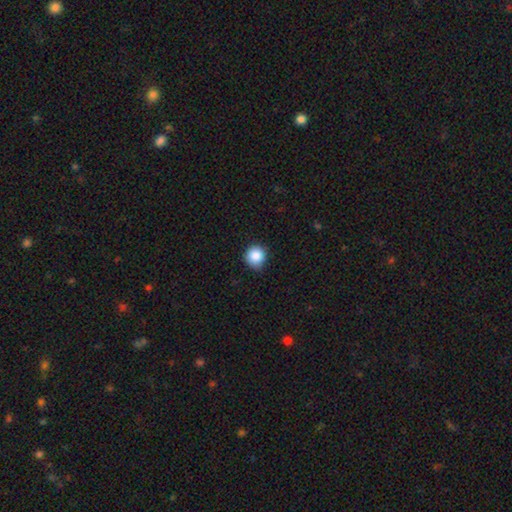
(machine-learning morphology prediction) A smooth galaxy with no disk features (87%) that is round (92%).

Vote fractions:
- Smooth or featured? smooth: 87% / star or artifact: 10% / featured or disk: 3%
- How rounded? round: 92% / in between: 7% / cigar-shaped: 1%
- Merging? none: 82% / minor disturbance: 14% / major disturbance: 2% / merger: 1%